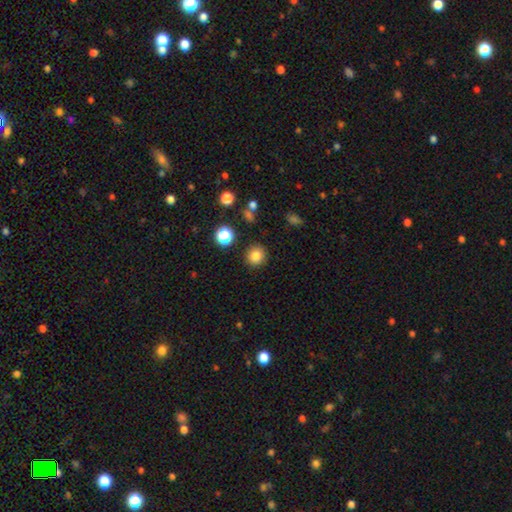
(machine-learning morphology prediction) smooth_or_featured: smooth (p=0.82) [alt: star or artifact p=0.12]
how_rounded: round (p=0.89) [alt: in between p=0.10]
merging: none (p=0.89) [alt: minor disturbance p=0.06]